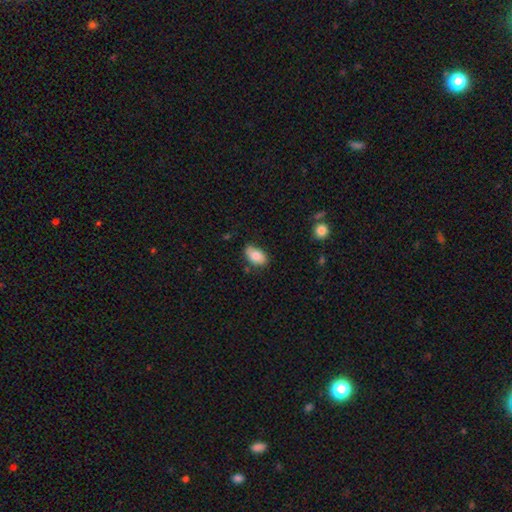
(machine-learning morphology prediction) Q: Smooth or featured?
A: smooth (81%); runner-up: featured or disk (12%)
Q: How rounded?
A: in between (92%); runner-up: round (7%)
Q: Merging?
A: none (72%); runner-up: minor disturbance (22%)